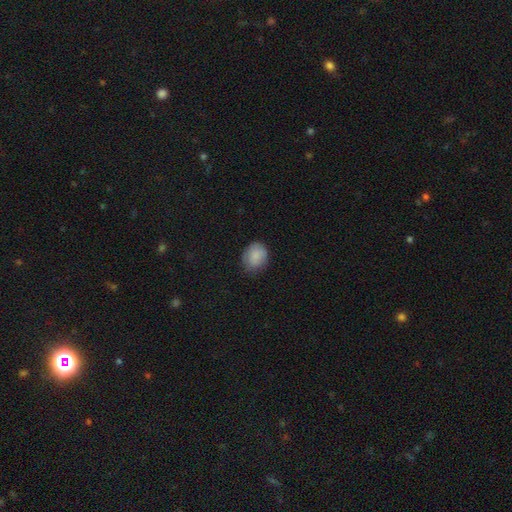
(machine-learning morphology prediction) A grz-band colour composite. It shows a smooth galaxy with no disk features (85%) that is in between round and cigar-shaped (50%). Merging: none (76%).